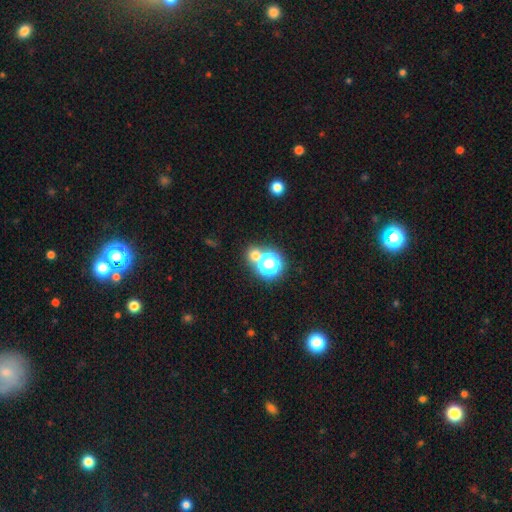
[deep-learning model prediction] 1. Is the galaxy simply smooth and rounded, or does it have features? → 61% smooth, 31% star or artifact, 8% featured or disk.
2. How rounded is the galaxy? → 86% round, 13% in between, 1% cigar-shaped.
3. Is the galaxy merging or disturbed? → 61% none, 29% merger, 7% minor disturbance, 4% major disturbance.